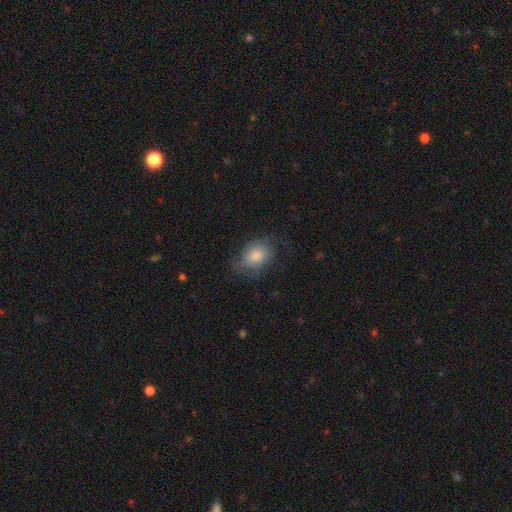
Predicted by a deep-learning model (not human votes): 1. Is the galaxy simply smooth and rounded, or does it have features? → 60% smooth, 32% featured or disk, 9% star or artifact.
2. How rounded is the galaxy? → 71% in between, 28% round, 1% cigar-shaped.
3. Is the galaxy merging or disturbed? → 61% none, 24% minor disturbance, 14% major disturbance, 1% merger.